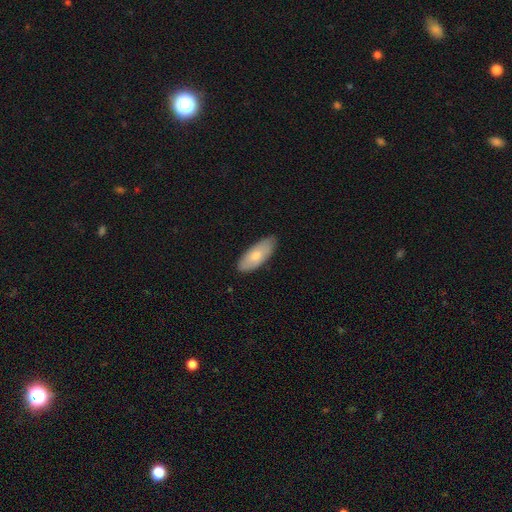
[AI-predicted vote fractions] This appears to be a smooth galaxy with no disk features (66%) that is in between round and cigar-shaped (82%). Merging: none (85%).